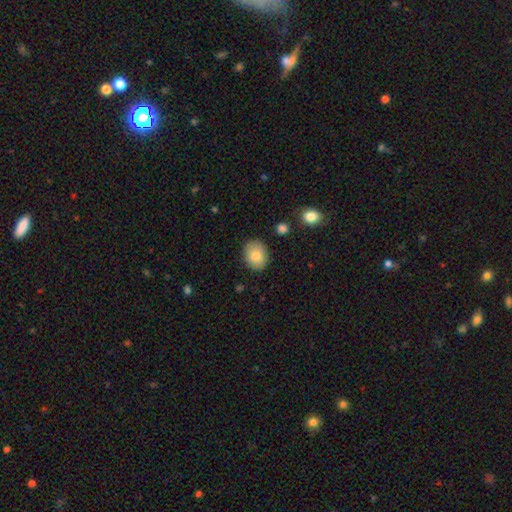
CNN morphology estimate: This is clearly a smooth galaxy (83%). How rounded: possibly round (51%). Merging: clearly none (85%).